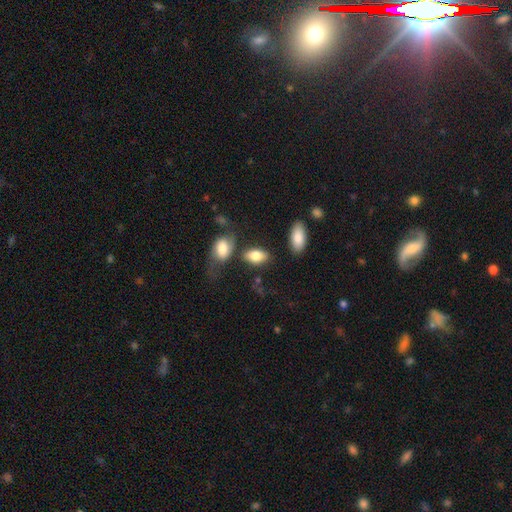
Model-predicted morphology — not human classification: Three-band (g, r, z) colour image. It shows a smooth galaxy with no disk features (81%) that is in between round and cigar-shaped (91%). Merging: none (65%).